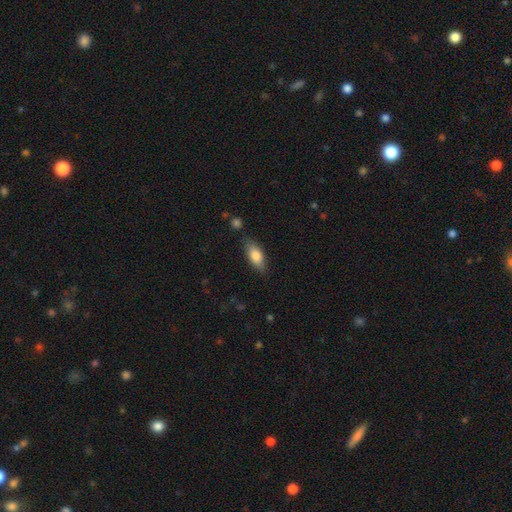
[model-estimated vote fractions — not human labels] A smooth galaxy with no disk features (78%) that is in between round and cigar-shaped (80%). Merging: none (79%).